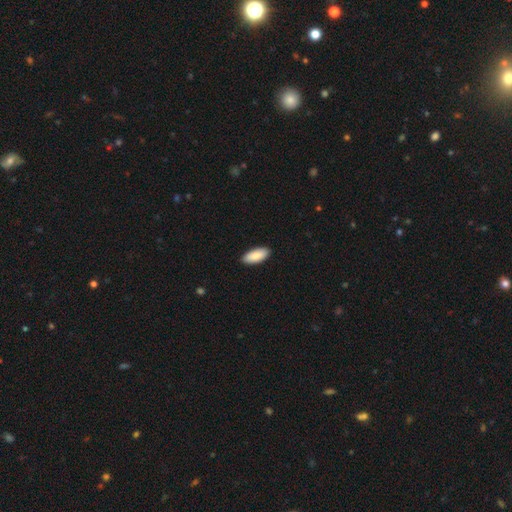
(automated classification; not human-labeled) This appears to be a smooth galaxy with no disk features (87%) that is in between round and cigar-shaped (86%). Merging: none (90%).